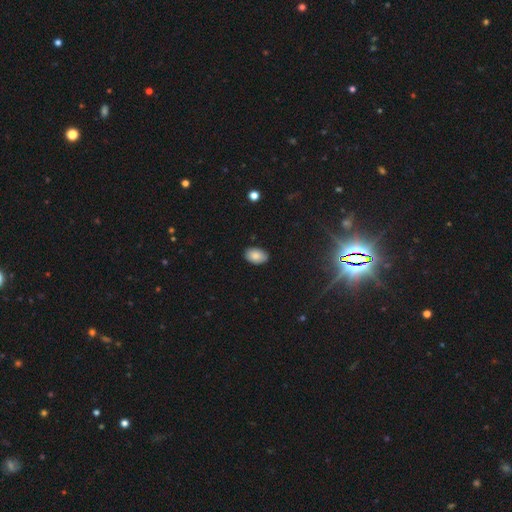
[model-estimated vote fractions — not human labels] smooth_or_featured: smooth (p=0.85) [alt: star or artifact p=0.08]
how_rounded: in between (p=0.89) [alt: round p=0.10]
merging: none (p=0.84) [alt: minor disturbance p=0.13]